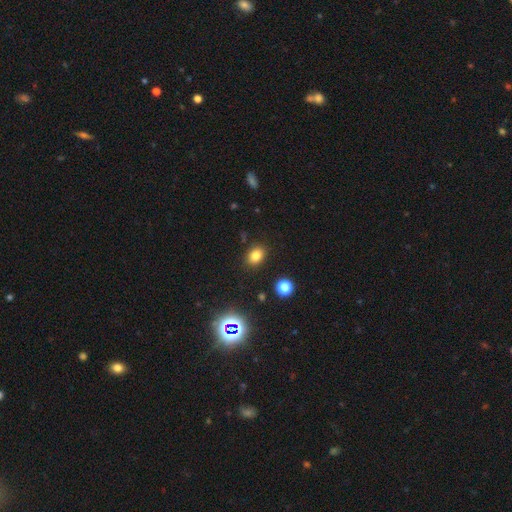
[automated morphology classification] Smooth or featured: smooth — 80% (star or artifact — 14%)
How rounded: in between — 62% (round — 37%)
Merging: none — 87% (minor disturbance — 9%)